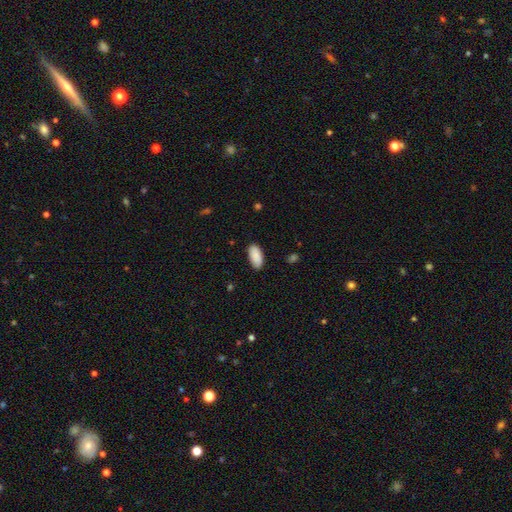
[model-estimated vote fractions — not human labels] Q: Smooth or featured?
A: smooth (89%); runner-up: star or artifact (6%)
Q: How rounded?
A: in between (93%); runner-up: cigar-shaped (5%)
Q: Merging?
A: none (85%); runner-up: minor disturbance (12%)